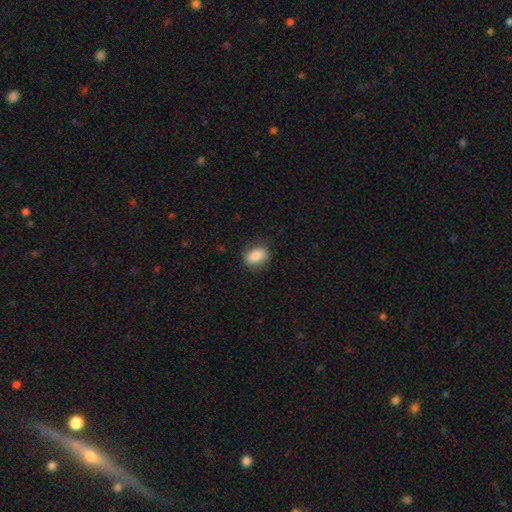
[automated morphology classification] Smooth or featured?
  - smooth: 82% *
  - featured or disk: 11%
  - star or artifact: 7%
How rounded?
  - in between: 79% *
  - round: 18%
  - cigar-shaped: 3%
Merging?
  - none: 79% *
  - minor disturbance: 16%
  - major disturbance: 4%
  - merger: 1%